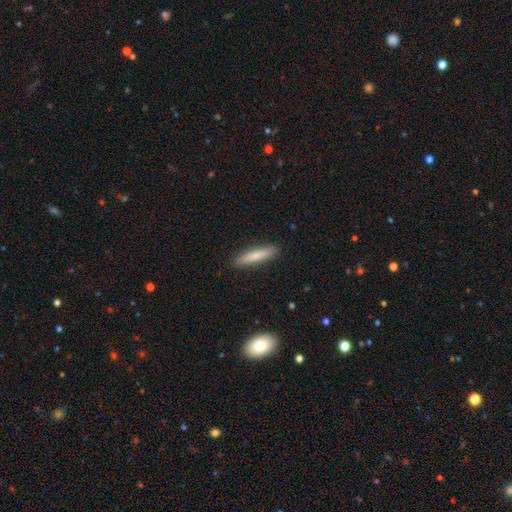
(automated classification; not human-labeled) Morphology: type=smooth (77%); roundness=cigar-shaped (88%); merging=none (90%).